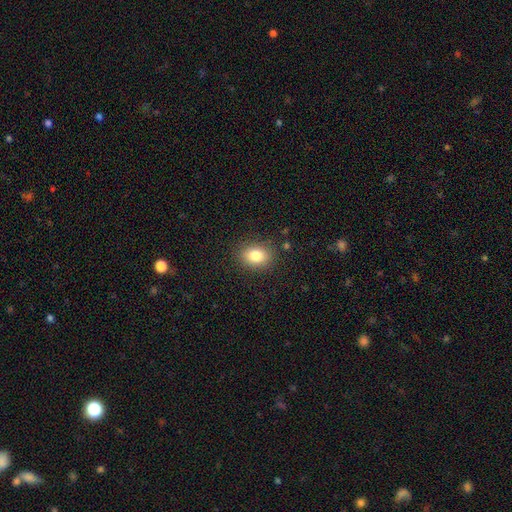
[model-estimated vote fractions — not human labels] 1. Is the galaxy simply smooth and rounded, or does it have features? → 82% smooth, 10% star or artifact, 8% featured or disk.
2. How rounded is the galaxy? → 58% in between, 41% round, 1% cigar-shaped.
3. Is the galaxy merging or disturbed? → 86% none, 10% minor disturbance, 3% major disturbance, 1% merger.